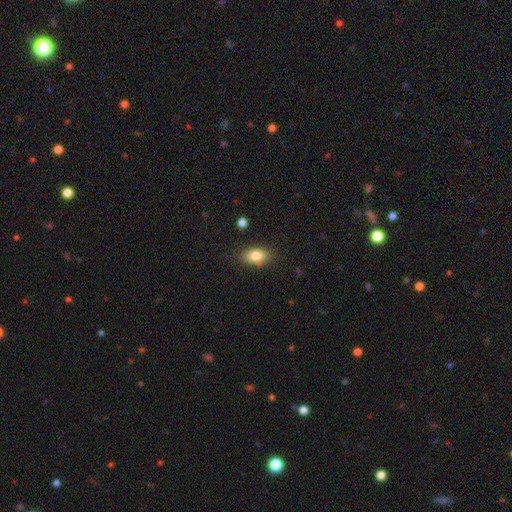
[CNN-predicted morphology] Smooth or featured? smooth (83%)
How rounded? in between (86%)
Merging? none (81%)